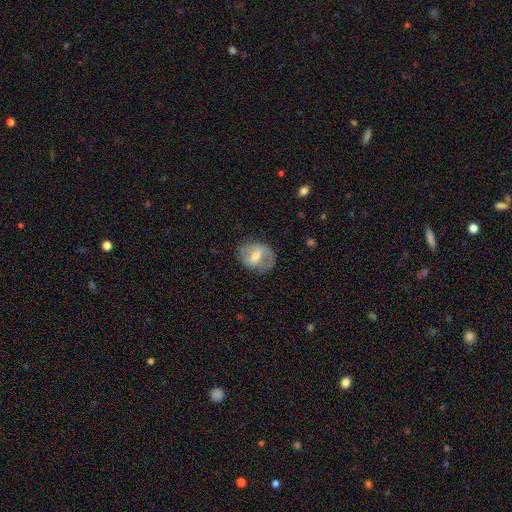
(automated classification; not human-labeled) Smooth or featured? featured or disk (52%)
Edge-on disk? no (93%)
Merging? none (66%)